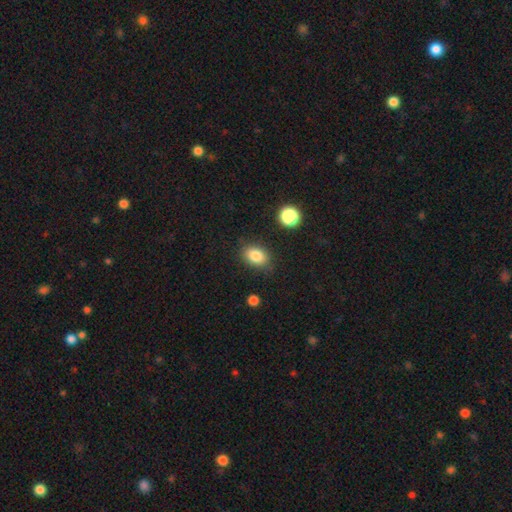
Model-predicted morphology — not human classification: This appears to be a smooth galaxy with no disk features (84%) that is in between round and cigar-shaped (78%). Merging: none (81%).